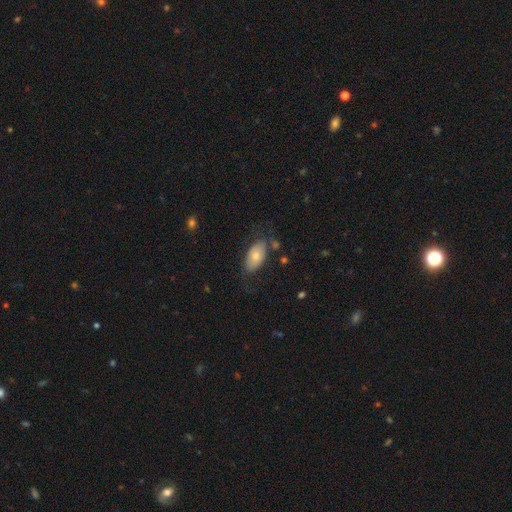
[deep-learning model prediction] A smooth galaxy with no disk features (72%) that is in between round and cigar-shaped (93%). Merging: none (69%).